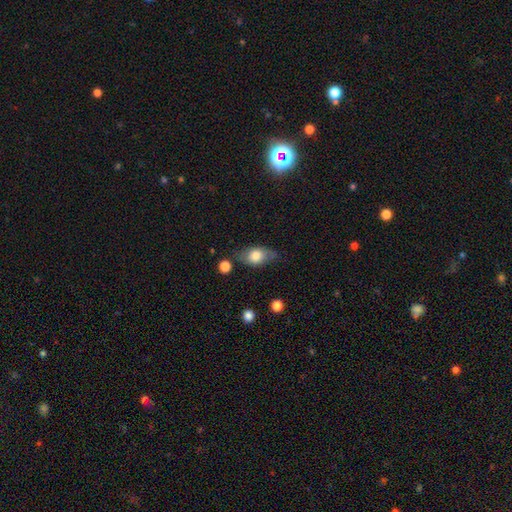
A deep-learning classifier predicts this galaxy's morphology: A smooth galaxy with no disk features (71%) that is in between round and cigar-shaped (83%). Merging: none (67%).